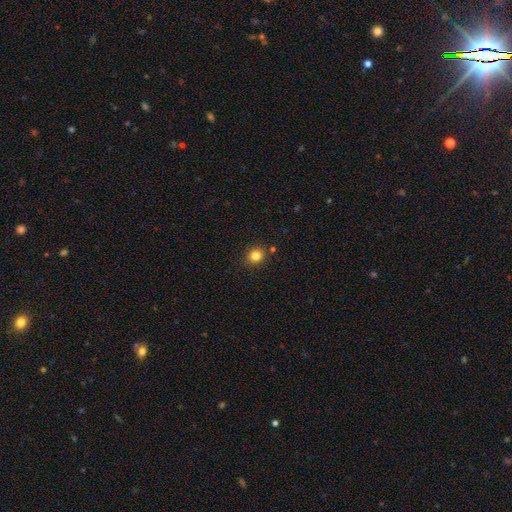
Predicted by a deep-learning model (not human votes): A smooth galaxy with no disk features (83%) that is round (83%).

Vote fractions:
- Smooth or featured? smooth: 83% / star or artifact: 12% / featured or disk: 5%
- How rounded? round: 83% / in between: 16% / cigar-shaped: 1%
- Merging? none: 87% / minor disturbance: 8% / merger: 3% / major disturbance: 2%